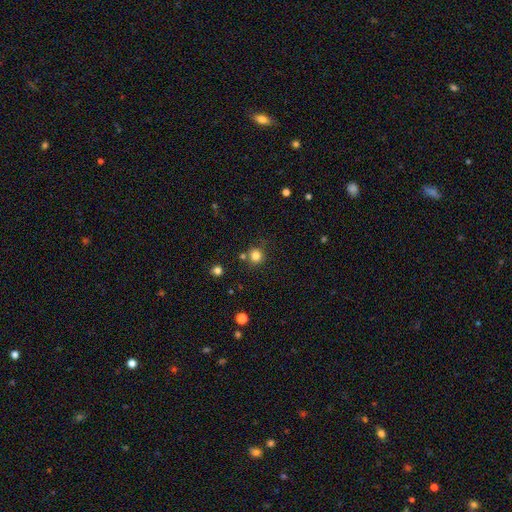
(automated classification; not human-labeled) Smooth or featured: smooth — 81% (star or artifact — 14%)
How rounded: round — 91% (in between — 8%)
Merging: none — 77% (minor disturbance — 10%)